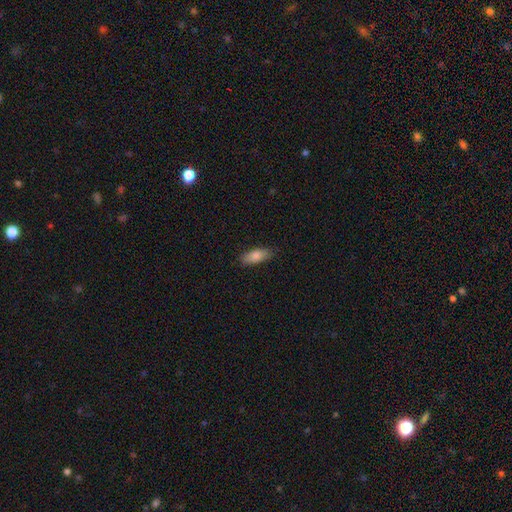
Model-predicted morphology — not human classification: type=smooth (81%); roundness=in between (76%); merging=none (84%).